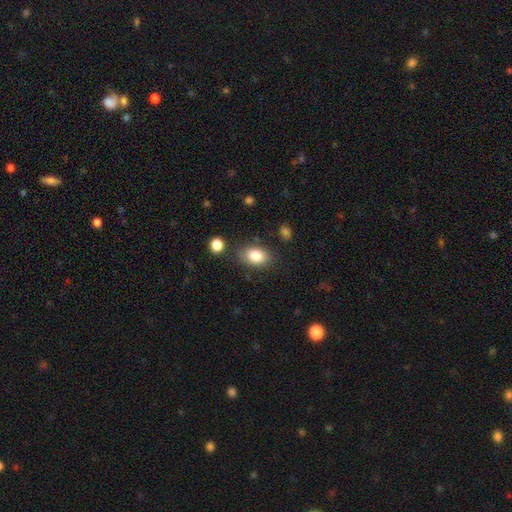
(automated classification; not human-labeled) Smooth or featured?
  - smooth: 83% *
  - featured or disk: 9%
  - star or artifact: 8%
How rounded?
  - in between: 80% *
  - round: 19%
  - cigar-shaped: 1%
Merging?
  - none: 80% *
  - minor disturbance: 13%
  - major disturbance: 4%
  - merger: 3%